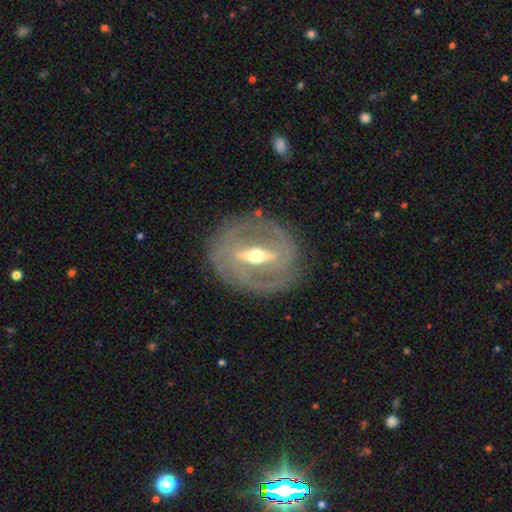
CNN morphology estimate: smooth-or-featured: featured or disk: 84% | smooth: 11% | star or artifact: 5%
  disk-edge-on: no: 86% | yes: 14%
    bar: strong: 69% | weak: 22% | no: 9%
    has-spiral-arms: yes: 66% | no: 34%
    bulge-size: moderate: 64% | small: 29% | large: 5% | dominant: 1% | none: 1%
  merging: none: 81% | minor disturbance: 12% | major disturbance: 6% | merger: 1%